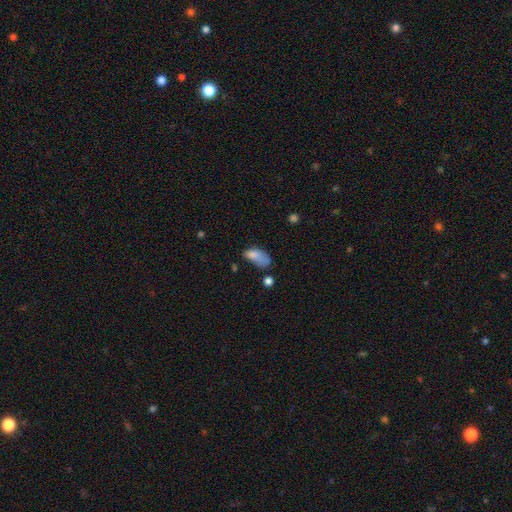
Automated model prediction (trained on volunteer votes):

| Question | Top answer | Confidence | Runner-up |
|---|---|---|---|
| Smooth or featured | smooth | 77% | featured or disk (12%) |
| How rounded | in between | 89% | round (6%) |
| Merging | major disturbance | 32% | minor disturbance (30%) |